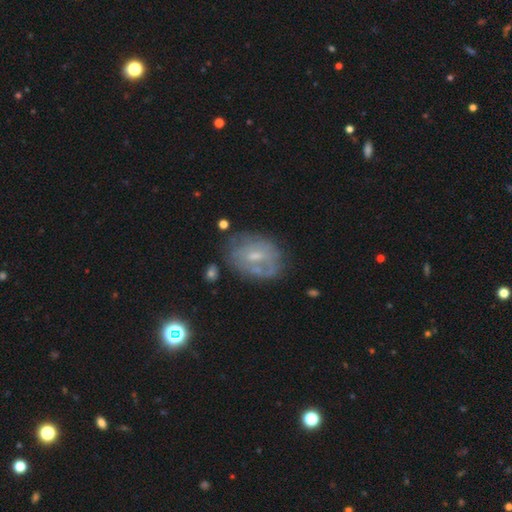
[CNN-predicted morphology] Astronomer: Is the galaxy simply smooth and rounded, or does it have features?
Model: featured or disk — 57% (runner-up: smooth, 33%).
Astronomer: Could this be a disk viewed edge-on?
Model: no — 95%.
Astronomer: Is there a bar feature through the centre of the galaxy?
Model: no — 47% (runner-up: weak, 44%).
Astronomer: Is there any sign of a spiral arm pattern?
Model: no — 55% (runner-up: yes, 45%).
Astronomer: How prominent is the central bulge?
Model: small — 52% (runner-up: moderate, 35%).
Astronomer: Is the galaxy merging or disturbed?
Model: none — 58%.